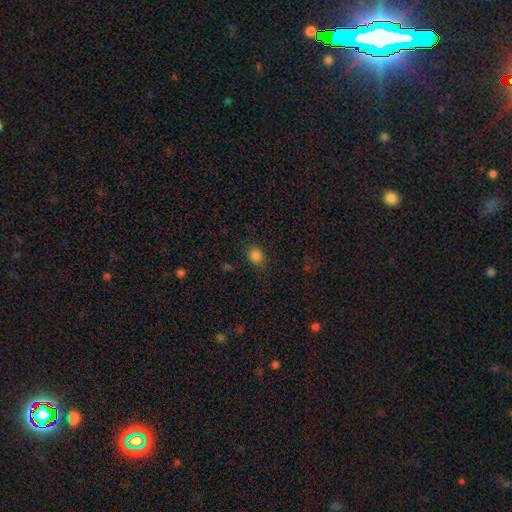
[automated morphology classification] Overall: smooth (83%). How rounded: round (50%; in between 49%). Merging: none (82%).